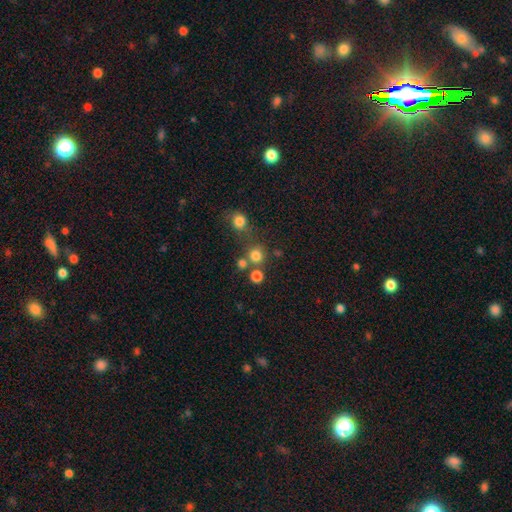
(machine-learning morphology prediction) A smooth galaxy with no disk features (76%) that is round (90%).

Vote fractions:
- Smooth or featured? smooth: 76% / star or artifact: 17% / featured or disk: 7%
- How rounded? round: 90% / in between: 9% / cigar-shaped: 1%
- Merging? none: 68% / merger: 20% / minor disturbance: 8% / major disturbance: 4%